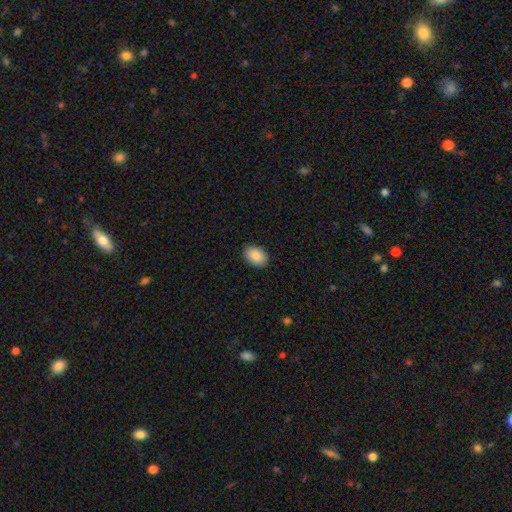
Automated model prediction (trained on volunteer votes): Smooth or featured? Predicted: smooth (p=0.87). How rounded? Predicted: in between (p=0.79). Merging? Predicted: none (p=0.89).